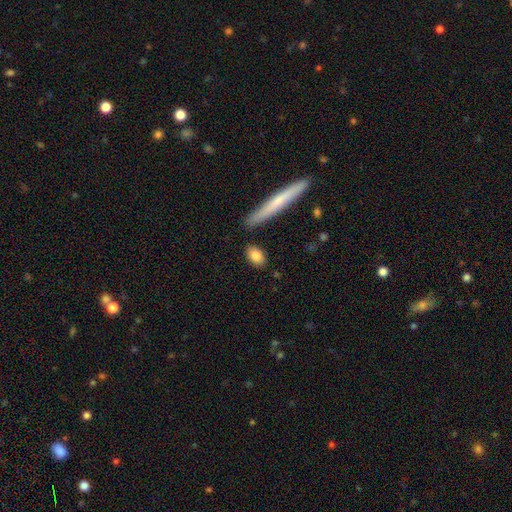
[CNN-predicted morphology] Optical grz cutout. It shows a smooth galaxy with no disk features (83%) that is in between round and cigar-shaped (82%). Merging: none (83%).